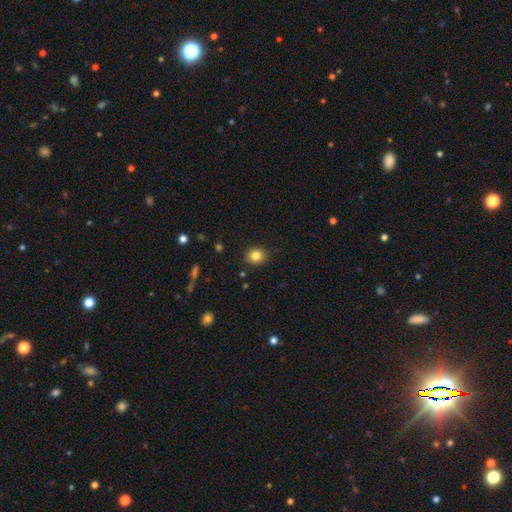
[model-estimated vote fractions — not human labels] smooth 83%, star or artifact 11%, featured or disk 6%. Down the decision tree: how rounded — round (76%); merging — none (88%).